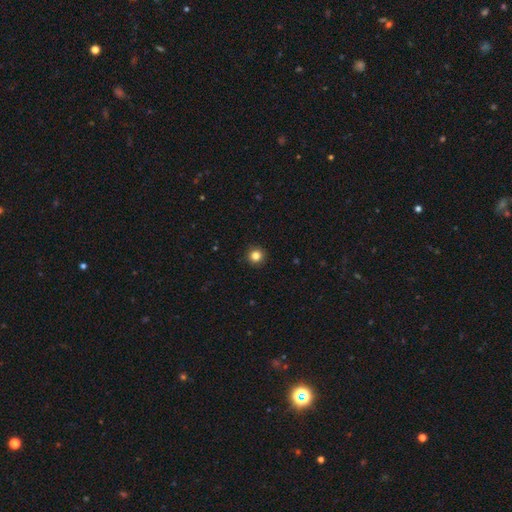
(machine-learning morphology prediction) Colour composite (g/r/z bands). It shows a smooth galaxy with no disk features (83%) that is round (95%). Merging: none (93%).